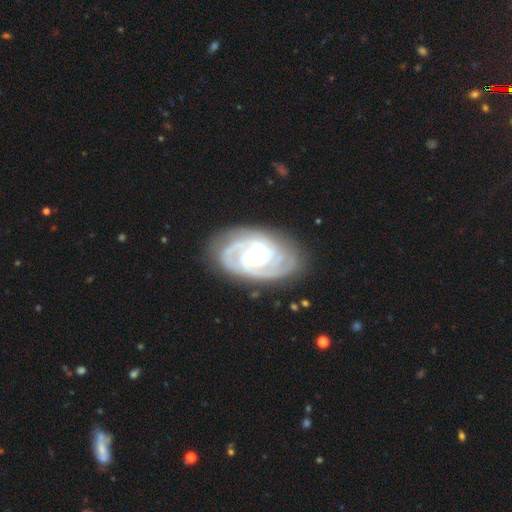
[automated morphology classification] Smooth or featured?
  - featured or disk: 92% *
  - smooth: 5%
  - star or artifact: 4%
Edge-on disk?
  - no: 97% *
  - yes: 3%
Bar?
  - no: 61% *
  - weak: 29%
  - strong: 9%
Spiral arms?
  - yes: 98% *
  - no: 2%
Spiral winding?
  - tight: 69% *
  - medium: 27%
  - loose: 3%
Spiral arm count?
  - 3: 50% *
  - 2: 20%
  - 4: 11%
  - can't tell: 10%
  - more than 4: 4%
  - 1: 4%
Bulge size?
  - moderate: 63% *
  - small: 30%
  - large: 5%
  - none: 1%
  - dominant: 1%
Merging?
  - none: 81% *
  - minor disturbance: 14%
  - major disturbance: 4%
  - merger: 1%